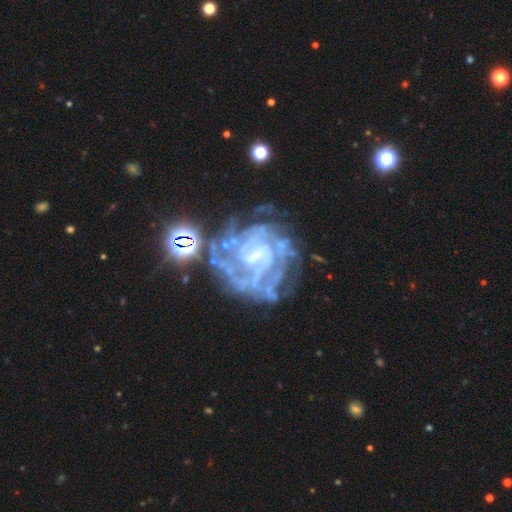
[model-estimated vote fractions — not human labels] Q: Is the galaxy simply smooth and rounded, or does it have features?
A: featured or disk — 85%.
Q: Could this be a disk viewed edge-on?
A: no — 98%.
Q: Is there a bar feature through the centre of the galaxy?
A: weak — 49%.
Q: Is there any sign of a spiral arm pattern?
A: yes — 90%.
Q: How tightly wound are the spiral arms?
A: tight — 59%.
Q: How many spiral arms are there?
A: can't tell — 41%.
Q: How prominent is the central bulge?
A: small — 52%.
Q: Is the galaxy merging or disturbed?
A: none — 56%.